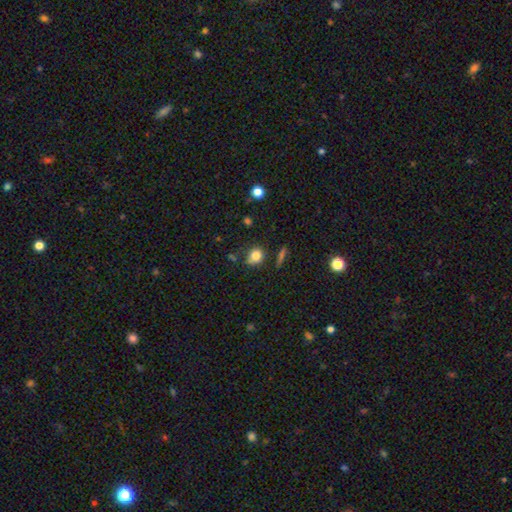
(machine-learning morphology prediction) Q: Smooth or featured?
A: smooth (80%); runner-up: star or artifact (12%)
Q: How rounded?
A: round (68%); runner-up: in between (30%)
Q: Merging?
A: none (71%); runner-up: minor disturbance (18%)